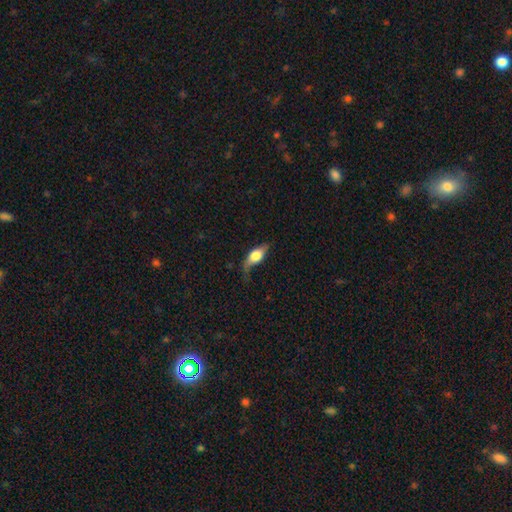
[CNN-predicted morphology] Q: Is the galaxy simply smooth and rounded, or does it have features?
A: smooth — 60%.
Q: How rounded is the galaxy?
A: in between — 78%.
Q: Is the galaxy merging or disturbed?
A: none — 42%.